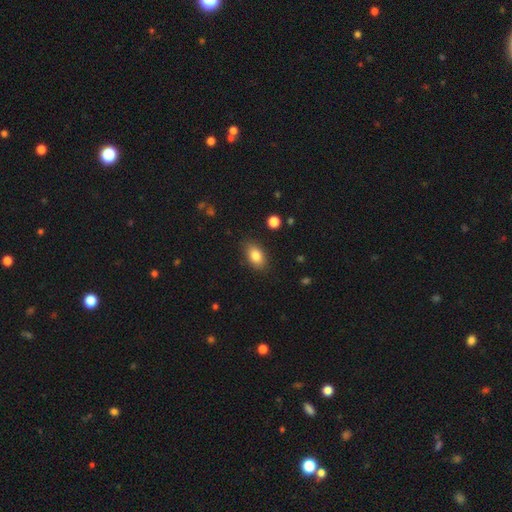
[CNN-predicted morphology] smooth-or-featured: smooth: 84% | star or artifact: 8% | featured or disk: 8%
  how-rounded: in between: 88% | round: 10% | cigar-shaped: 2%
  merging: none: 85% | minor disturbance: 11% | major disturbance: 3% | merger: 1%